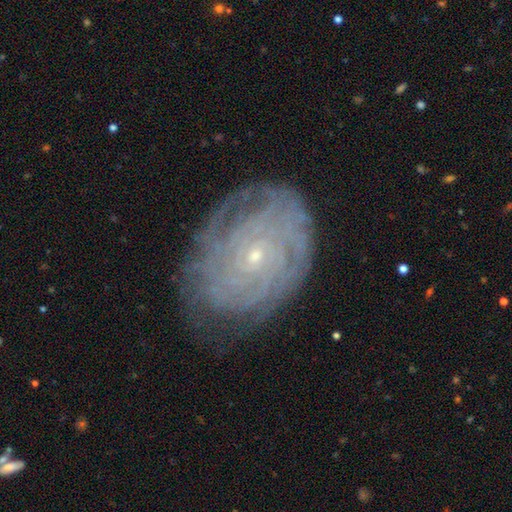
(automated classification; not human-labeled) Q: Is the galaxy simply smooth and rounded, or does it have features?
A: featured or disk — 80%.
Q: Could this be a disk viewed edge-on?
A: no — 96%.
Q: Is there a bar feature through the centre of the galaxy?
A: no — 77%.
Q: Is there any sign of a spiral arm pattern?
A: yes — 92%.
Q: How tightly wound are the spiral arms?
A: tight — 81%.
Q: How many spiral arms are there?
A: can't tell — 43%.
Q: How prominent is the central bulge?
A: small — 88%.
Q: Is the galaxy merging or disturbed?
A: none — 76%.